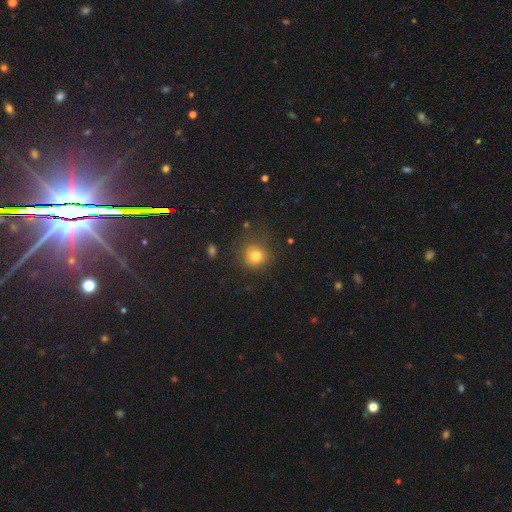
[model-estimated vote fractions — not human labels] Smooth or featured? Predicted: smooth (p=0.78). How rounded? Predicted: round (p=0.88). Merging? Predicted: none (p=0.76).